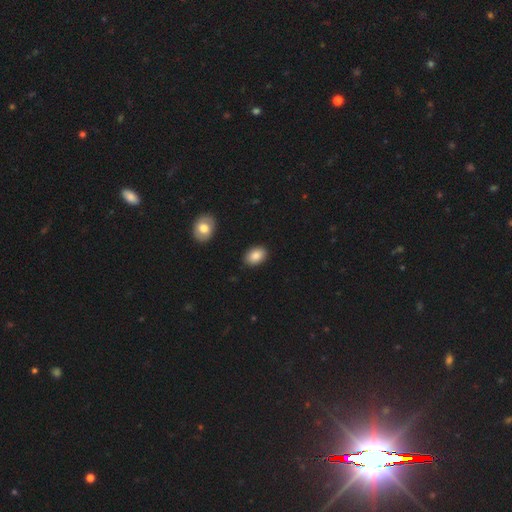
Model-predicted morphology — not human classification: smooth_or_featured: smooth (p=0.87) [alt: star or artifact p=0.07]
how_rounded: in between (p=0.87) [alt: round p=0.12]
merging: none (p=0.88) [alt: minor disturbance p=0.08]